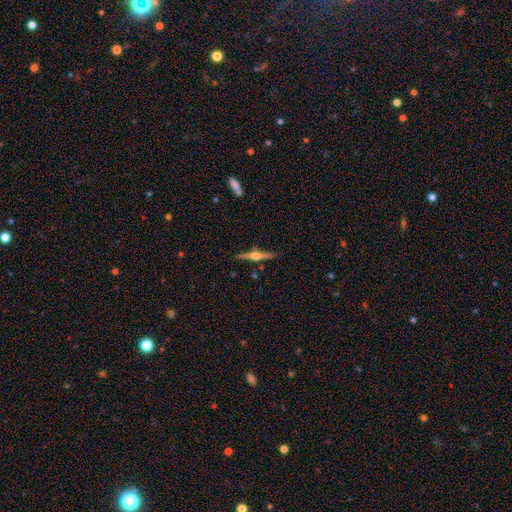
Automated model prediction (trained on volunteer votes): Smooth or featured? Predicted: featured or disk (p=0.79). Edge-on disk? Predicted: yes (p=0.98). Edge-on bulge? Predicted: rounded (p=0.91). Merging? Predicted: none (p=0.89).